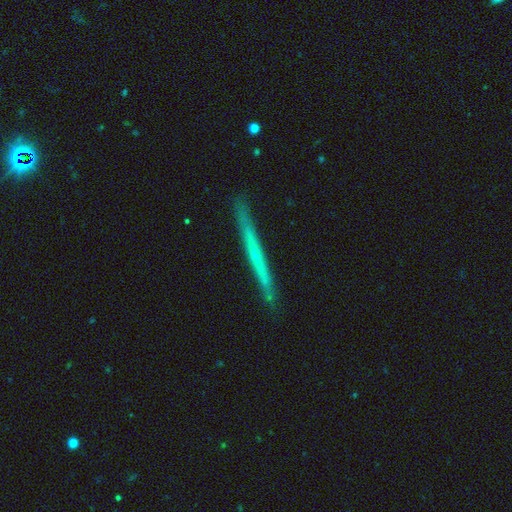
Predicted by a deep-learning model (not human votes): Smooth or featured: featured or disk — 65% (smooth — 29%)
Edge-on disk: yes — 97% (no — 3%)
Edge-on bulge: none — 70% (rounded — 26%)
Merging: none — 89% (minor disturbance — 8%)